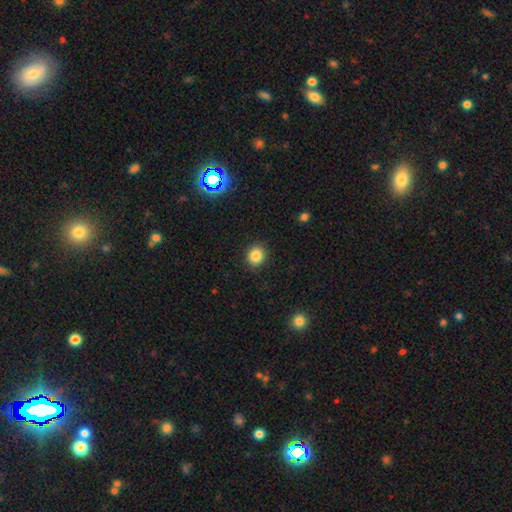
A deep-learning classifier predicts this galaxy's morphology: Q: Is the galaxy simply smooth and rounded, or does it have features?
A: smooth — 84%.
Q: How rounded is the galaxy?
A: round — 73%.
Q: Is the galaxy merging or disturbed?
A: none — 89%.